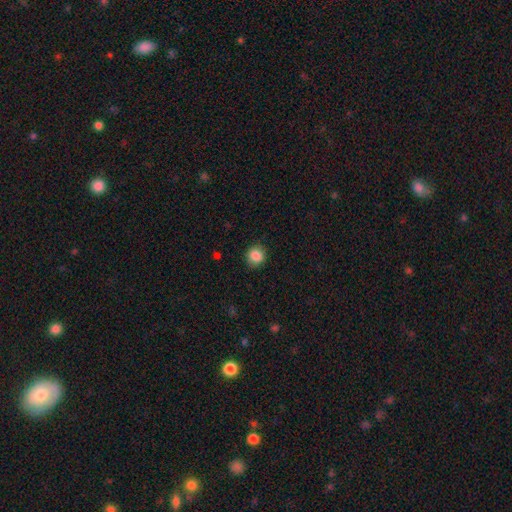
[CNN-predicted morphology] smooth-or-featured: smooth: 86% | star or artifact: 9% | featured or disk: 4%
  how-rounded: round: 86% | in between: 13% | cigar-shaped: 1%
  merging: none: 88% | minor disturbance: 8% | major disturbance: 2% | merger: 1%